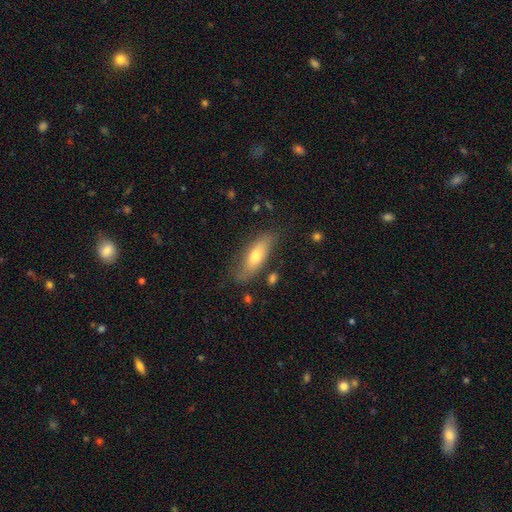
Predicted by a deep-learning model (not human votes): This is likely a smooth galaxy (63%). How rounded: likely in between (61%). Merging: likely none (72%).